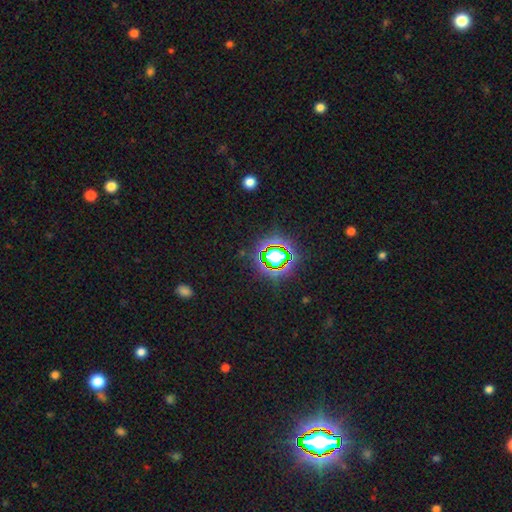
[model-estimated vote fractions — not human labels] Morphology: type=star or artifact (82%).